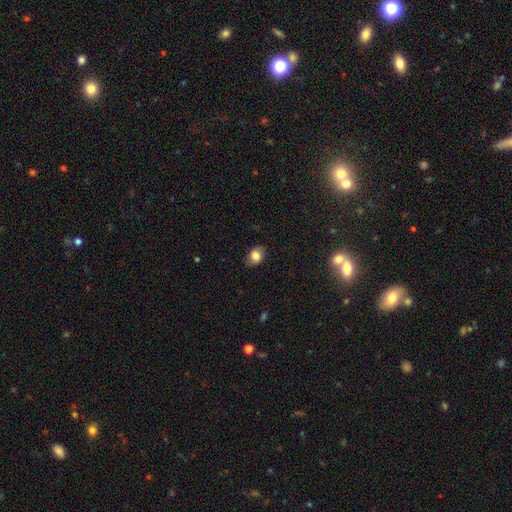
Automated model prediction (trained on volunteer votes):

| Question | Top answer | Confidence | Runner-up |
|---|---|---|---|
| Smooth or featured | smooth | 80% | featured or disk (10%) |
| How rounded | in between | 64% | round (35%) |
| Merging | none | 80% | minor disturbance (15%) |